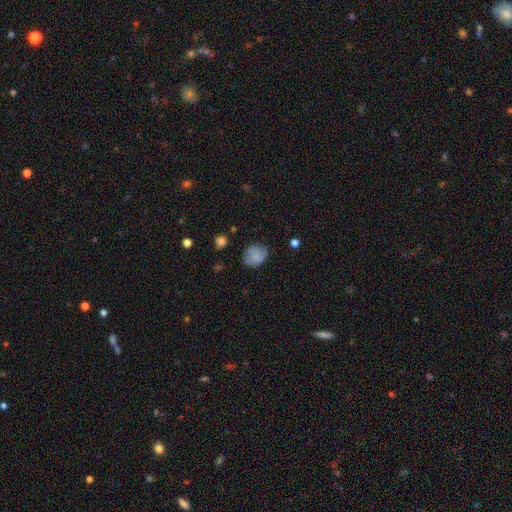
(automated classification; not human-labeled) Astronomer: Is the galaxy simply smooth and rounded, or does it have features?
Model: smooth — 65%.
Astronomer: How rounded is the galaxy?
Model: round — 61% (runner-up: in between, 38%).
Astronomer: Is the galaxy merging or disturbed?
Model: none — 67%.